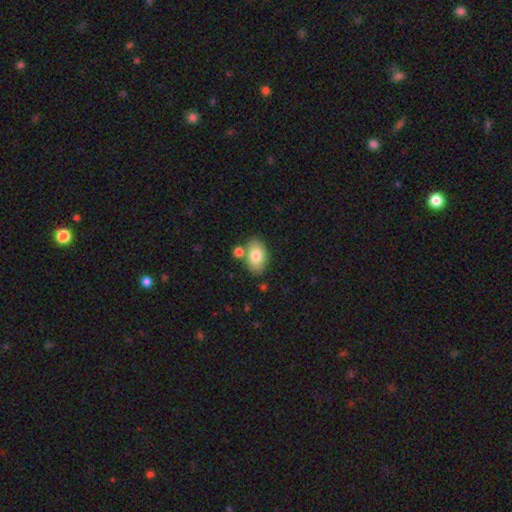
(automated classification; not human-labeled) This is likely a smooth galaxy (79%). How rounded: clearly in between (90%). Merging: likely none (72%).